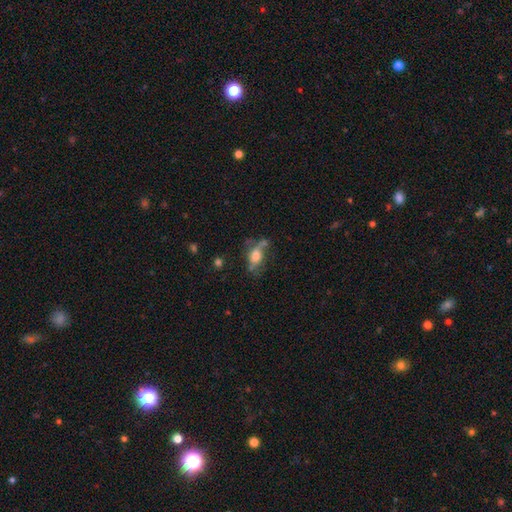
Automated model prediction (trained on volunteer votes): smooth_or_featured: smooth (p=0.57) [alt: featured or disk p=0.31]
how_rounded: in between (p=0.79) [alt: round p=0.12]
merging: none (p=0.32) [alt: major disturbance p=0.30]